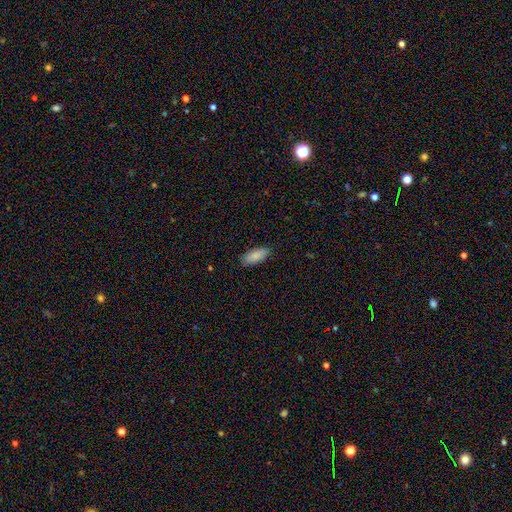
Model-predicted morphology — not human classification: type=smooth (88%); roundness=in between (80%); merging=none (88%).